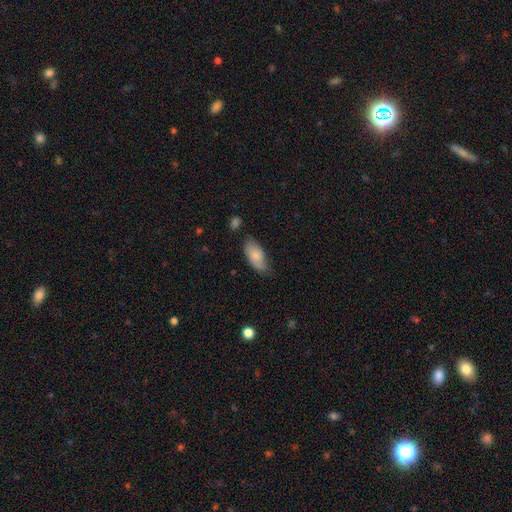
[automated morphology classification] Smooth or featured? Predicted: smooth (p=0.77). How rounded? Predicted: in between (p=0.91). Merging? Predicted: none (p=0.60).